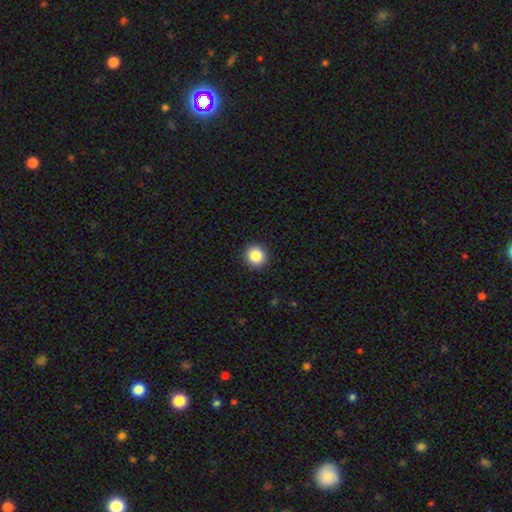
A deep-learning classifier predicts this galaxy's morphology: Q: Smooth or featured?
A: smooth (86%); runner-up: star or artifact (10%)
Q: How rounded?
A: round (91%); runner-up: in between (8%)
Q: Merging?
A: none (93%); runner-up: minor disturbance (5%)